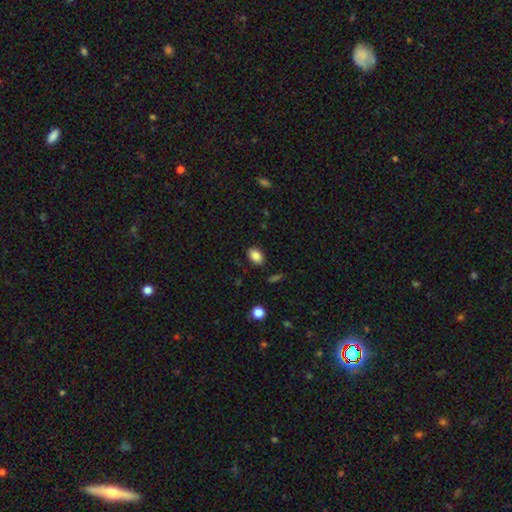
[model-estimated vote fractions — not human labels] Smooth or featured: smooth — 86% (star or artifact — 9%)
How rounded: in between — 80% (round — 19%)
Merging: none — 86% (minor disturbance — 10%)